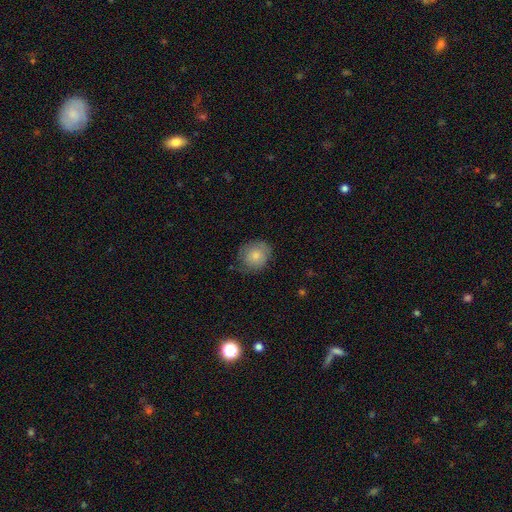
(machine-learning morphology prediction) Smooth or featured? Predicted: smooth (p=0.78). How rounded? Predicted: round (p=0.78). Merging? Predicted: none (p=0.69).